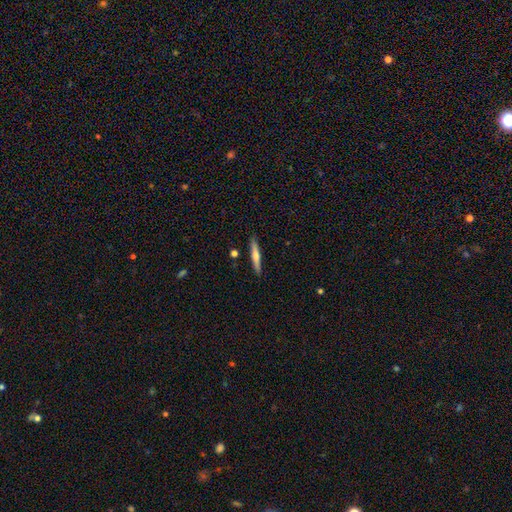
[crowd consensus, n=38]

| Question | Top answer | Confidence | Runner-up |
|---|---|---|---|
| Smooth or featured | featured or disk | 66% | smooth (34%) |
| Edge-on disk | yes | 96% | no (4%) |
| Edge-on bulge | rounded | 88% | none (8%) |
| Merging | none | 92% | minor disturbance (8%) |